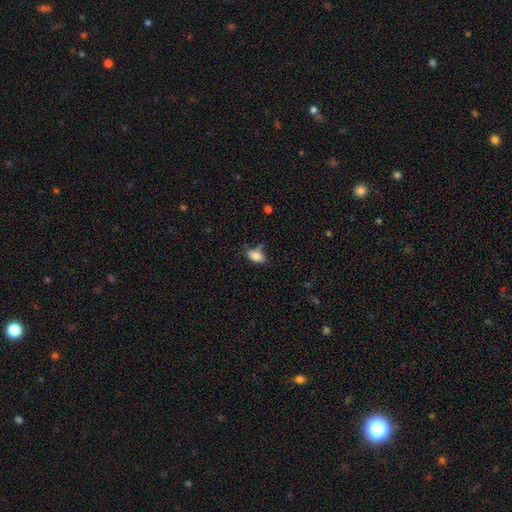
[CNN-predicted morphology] Smooth or featured? Predicted: smooth (p=0.82). How rounded? Predicted: in between (p=0.89). Merging? Predicted: none (p=0.53).